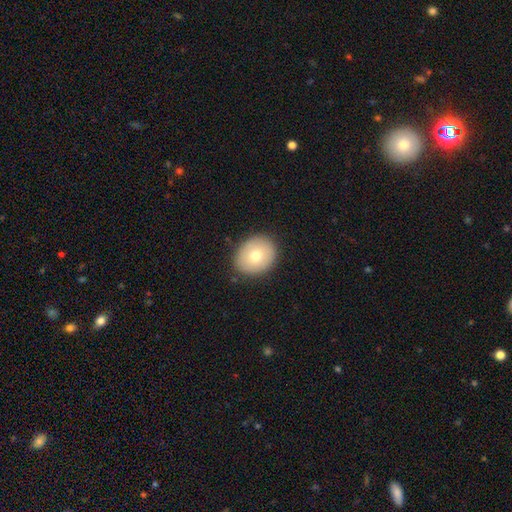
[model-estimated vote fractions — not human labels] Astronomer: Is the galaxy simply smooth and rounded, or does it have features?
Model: smooth — 73%.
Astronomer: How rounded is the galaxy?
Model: round — 64%.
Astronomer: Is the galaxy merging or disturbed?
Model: none — 87%.